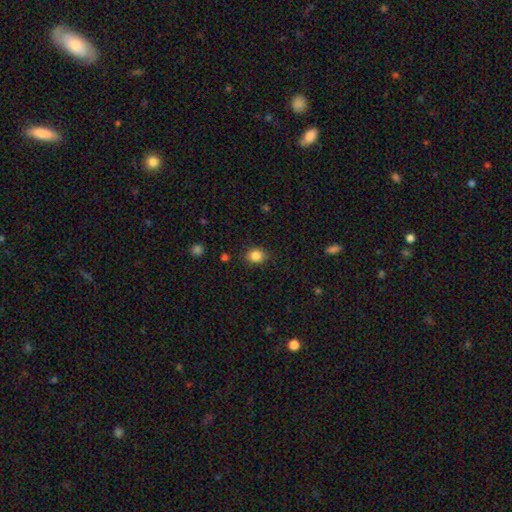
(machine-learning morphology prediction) This is clearly a smooth galaxy (85%). How rounded: possibly round (54%). Merging: clearly none (85%).